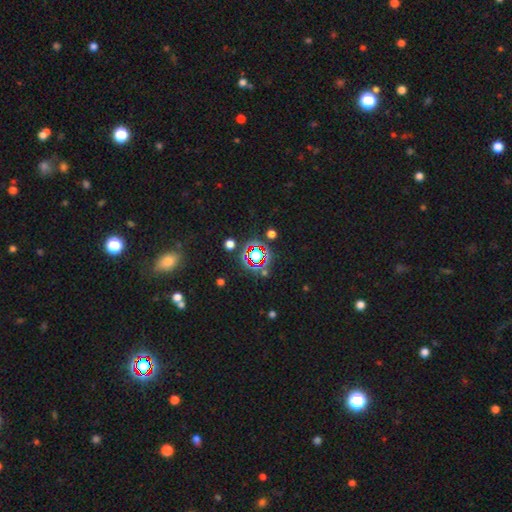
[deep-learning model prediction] Morphology: type=star or artifact (69%).